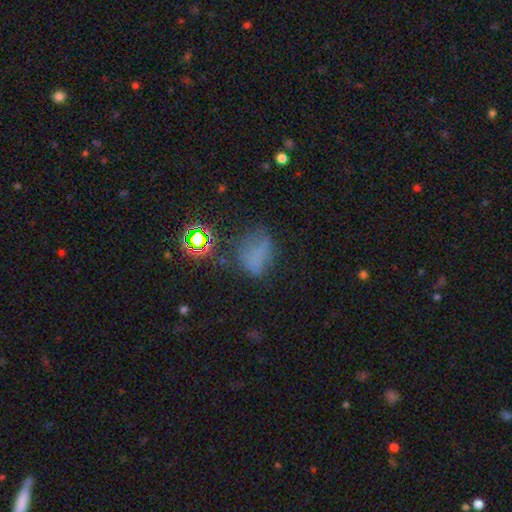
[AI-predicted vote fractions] Smooth or featured?
  - smooth: 53% *
  - star or artifact: 28%
  - featured or disk: 18%
How rounded?
  - in between: 65% *
  - round: 32%
  - cigar-shaped: 3%
Merging?
  - none: 44% *
  - minor disturbance: 27%
  - major disturbance: 24%
  - merger: 6%